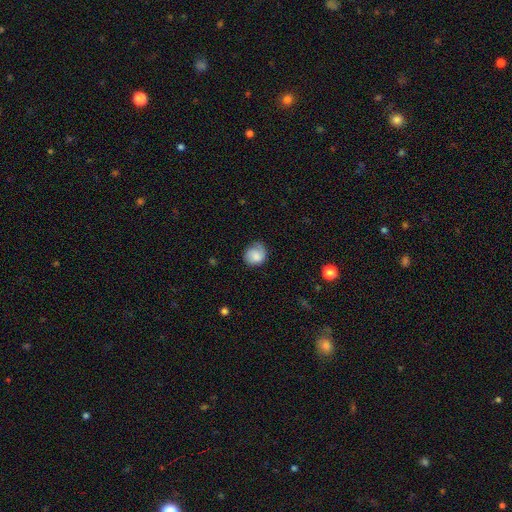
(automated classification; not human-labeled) Smooth or featured? smooth (70%)
How rounded? round (76%)
Merging? none (63%)